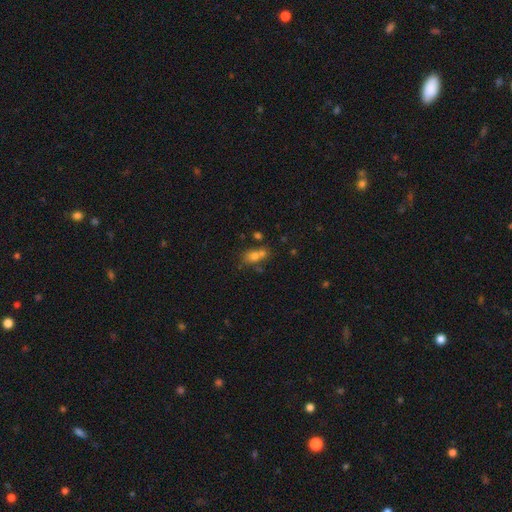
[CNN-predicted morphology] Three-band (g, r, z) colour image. It shows a smooth galaxy with no disk features (66%) that is in between round and cigar-shaped (58%). Merging: merger (44%).